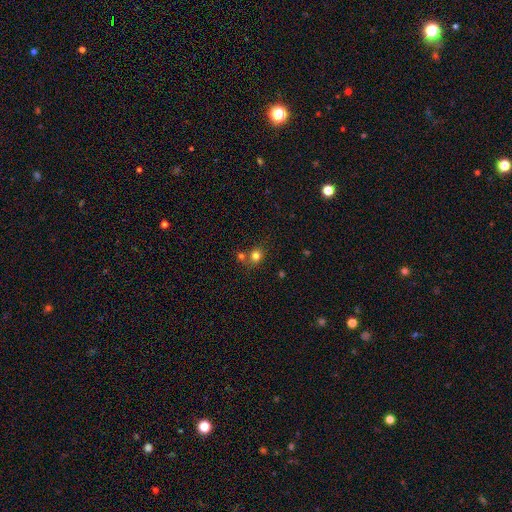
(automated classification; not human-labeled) Smooth or featured?
  - smooth: 80% *
  - star or artifact: 13%
  - featured or disk: 7%
How rounded?
  - round: 76% *
  - in between: 23%
  - cigar-shaped: 1%
Merging?
  - none: 56% *
  - merger: 29%
  - minor disturbance: 11%
  - major disturbance: 4%